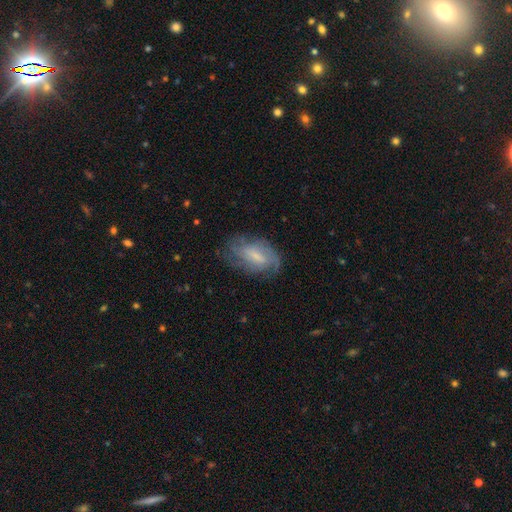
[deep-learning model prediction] A featured or disk galaxy (66%) with a weak bar (54%), tight (44%) spiral arms (87%) and a small central bulge (41%).

Vote fractions:
- Smooth or featured? featured or disk: 66% / smooth: 27% / star or artifact: 7%
- Edge-on disk? no: 94% / yes: 6%
- Bar? weak: 54% / no: 27% / strong: 20%
- Spiral arms? yes: 87% / no: 13%
- Spiral winding? tight: 44% / medium: 40% / loose: 16%
- Spiral arm count? can't tell: 41% / 2: 27% / 3: 16% / 4: 7% / 1: 5% / more than 4: 4%
- Bulge size? small: 41% / moderate: 34% / none: 18% / large: 6% / dominant: 1%
- Merging? none: 67% / minor disturbance: 21% / major disturbance: 11% / merger: 1%